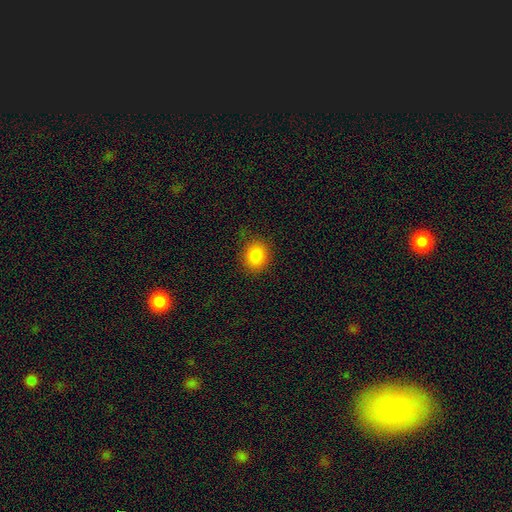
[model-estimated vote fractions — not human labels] Smooth or featured? smooth (86%)
How rounded? round (62%)
Merging? none (83%)